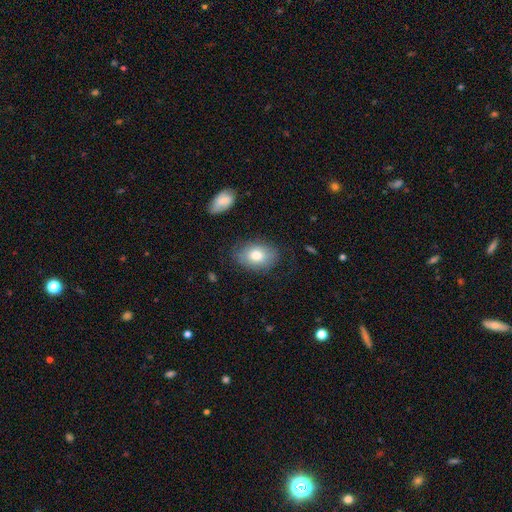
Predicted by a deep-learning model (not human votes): A smooth galaxy with no disk features (76%) that is in between round and cigar-shaped (84%). Merging: none (74%).